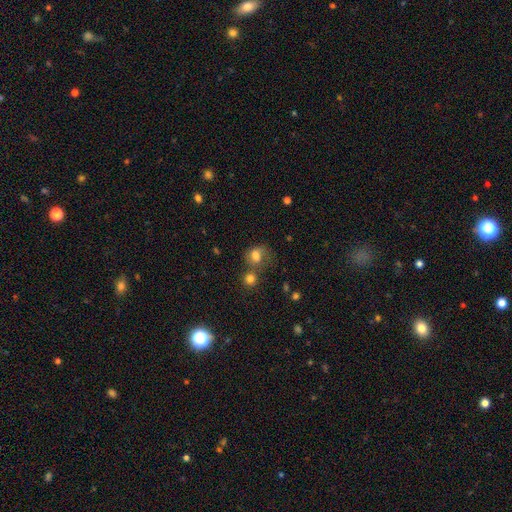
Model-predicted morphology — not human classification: A smooth galaxy with no disk features (71%) that is round (52%). Merging: none (40%).